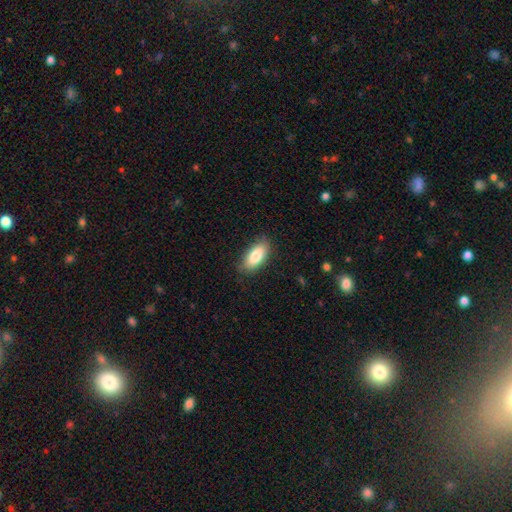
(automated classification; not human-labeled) smooth_or_featured: smooth (p=0.84) [alt: featured or disk p=0.09]
how_rounded: in between (p=0.84) [alt: cigar-shaped p=0.13]
merging: none (p=0.82) [alt: minor disturbance p=0.14]